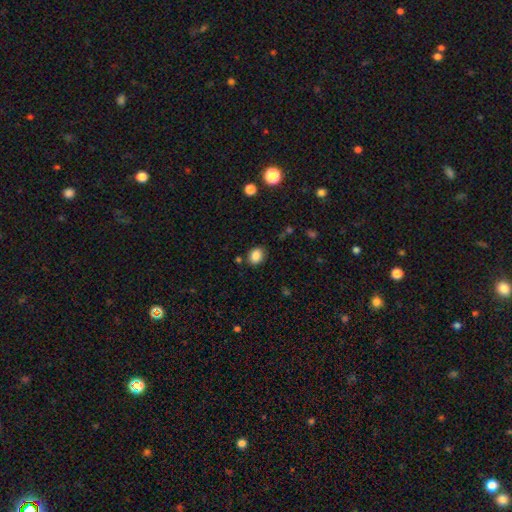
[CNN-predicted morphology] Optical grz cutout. It shows a smooth galaxy with no disk features (86%) that is in between round and cigar-shaped (60%). Merging: none (83%).